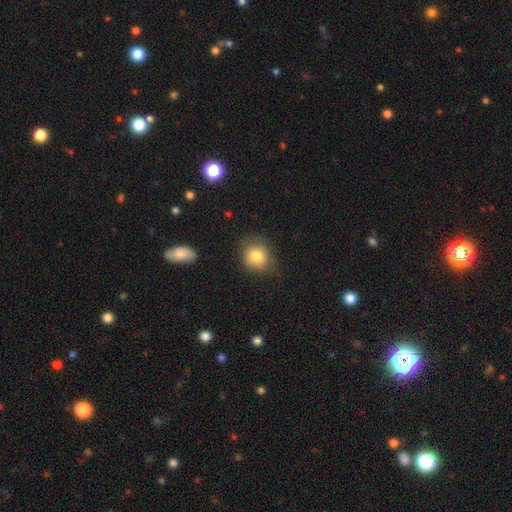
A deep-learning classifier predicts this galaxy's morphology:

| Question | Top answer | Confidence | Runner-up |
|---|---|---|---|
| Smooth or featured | smooth | 81% | featured or disk (10%) |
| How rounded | round | 72% | in between (28%) |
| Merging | none | 68% | minor disturbance (24%) |